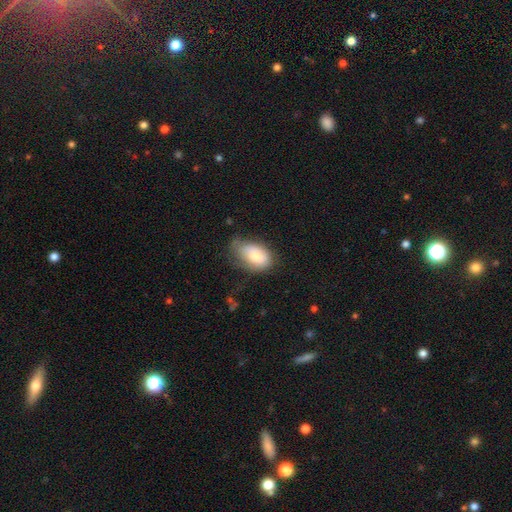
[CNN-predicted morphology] smooth-or-featured: smooth: 78% | featured or disk: 15% | star or artifact: 7%
  how-rounded: in between: 91% | round: 7% | cigar-shaped: 2%
  merging: none: 42% | minor disturbance: 40% | major disturbance: 15% | merger: 2%